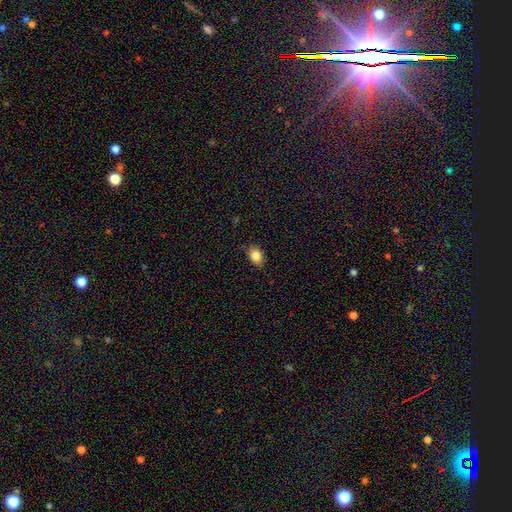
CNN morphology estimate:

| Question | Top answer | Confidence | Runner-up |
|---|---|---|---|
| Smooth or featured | smooth | 84% | star or artifact (9%) |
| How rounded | in between | 73% | round (26%) |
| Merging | none | 79% | minor disturbance (17%) |